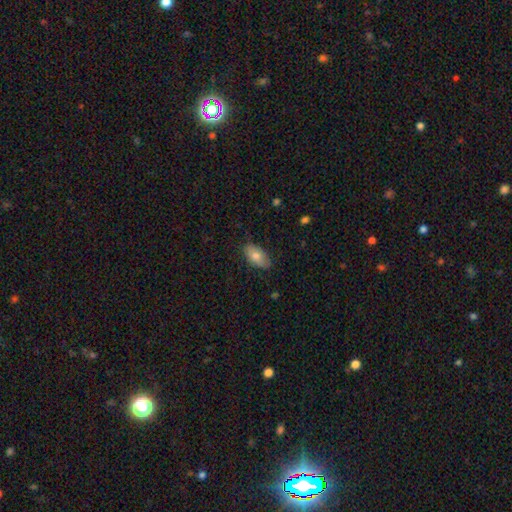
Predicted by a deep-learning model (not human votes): smooth-or-featured: smooth: 76% | featured or disk: 17% | star or artifact: 7%
  how-rounded: in between: 92% | cigar-shaped: 4% | round: 3%
  merging: none: 81% | minor disturbance: 16% | major disturbance: 2% | merger: 1%